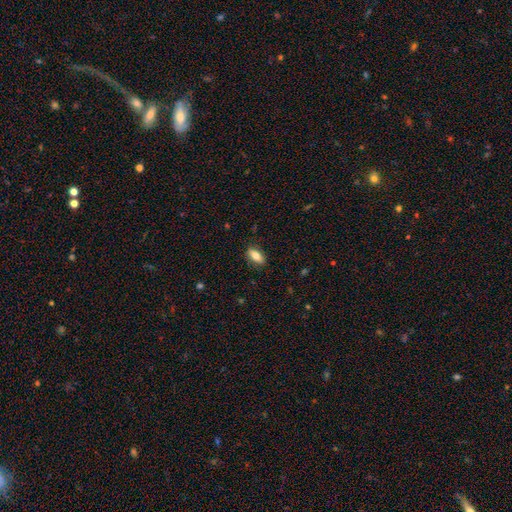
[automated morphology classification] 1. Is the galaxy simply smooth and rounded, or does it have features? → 74% smooth, 18% featured or disk, 7% star or artifact.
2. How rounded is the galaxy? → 84% in between, 12% cigar-shaped, 4% round.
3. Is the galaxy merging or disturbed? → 85% none, 11% minor disturbance, 2% major disturbance, 1% merger.